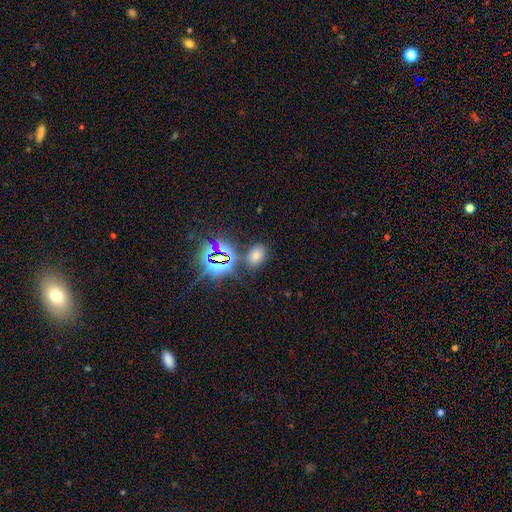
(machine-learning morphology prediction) Smooth or featured: smooth — 59% (star or artifact — 34%)
How rounded: in between — 80% (round — 18%)
Merging: none — 77% (minor disturbance — 12%)